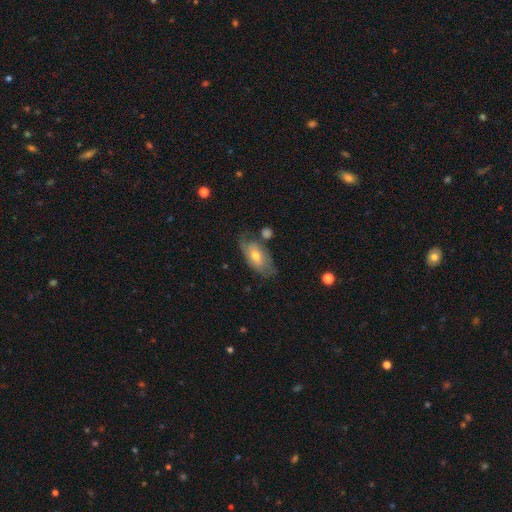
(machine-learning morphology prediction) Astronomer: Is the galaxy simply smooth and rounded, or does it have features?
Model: smooth — 49% (runner-up: featured or disk, 44%).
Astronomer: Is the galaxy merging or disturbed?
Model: none — 57%.